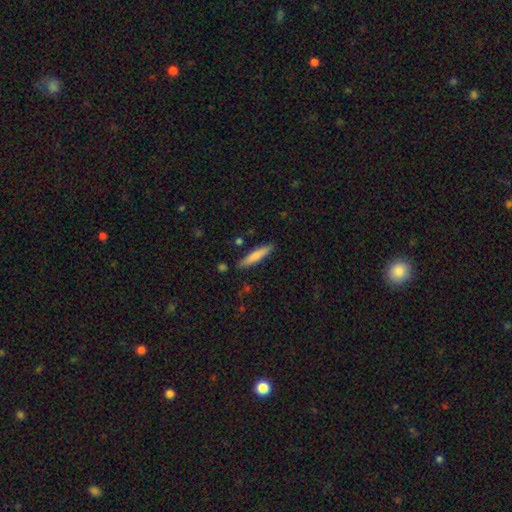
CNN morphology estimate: Q: Smooth or featured?
A: smooth (71%); runner-up: featured or disk (23%)
Q: How rounded?
A: cigar-shaped (89%); runner-up: in between (9%)
Q: Merging?
A: none (87%); runner-up: minor disturbance (9%)